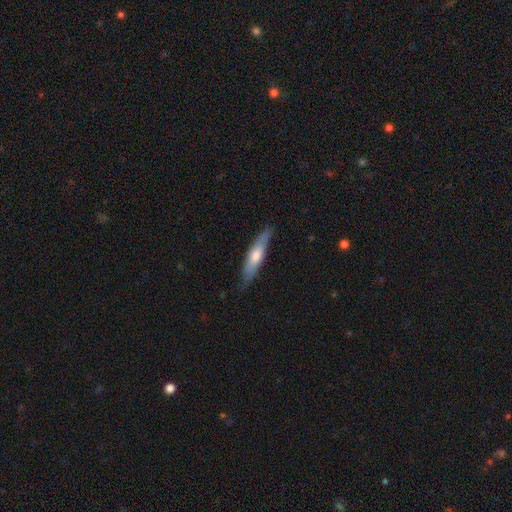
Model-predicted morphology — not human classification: This is possibly a smooth galaxy (57%). How rounded: likely cigar-shaped (76%). Merging: clearly none (81%).